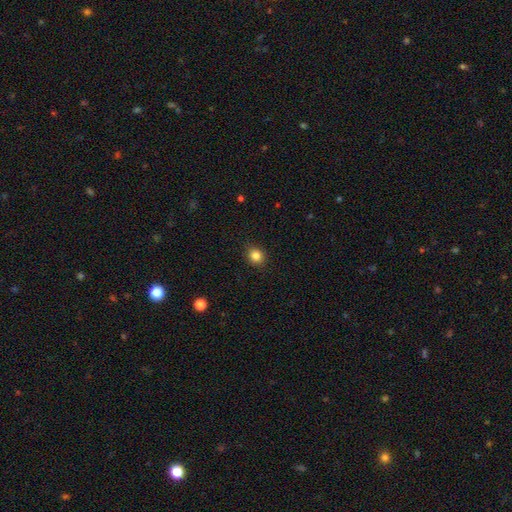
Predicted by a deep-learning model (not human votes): A smooth galaxy with no disk features (84%) that is round (78%). Merging: none (88%).